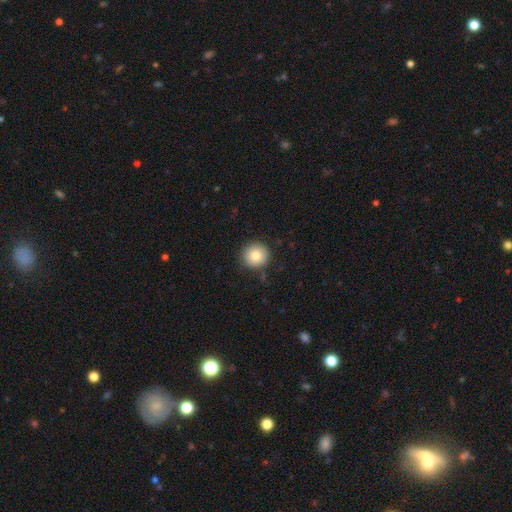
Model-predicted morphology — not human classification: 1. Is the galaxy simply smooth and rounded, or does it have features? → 83% smooth, 9% star or artifact, 9% featured or disk.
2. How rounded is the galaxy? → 93% round, 6% in between, 1% cigar-shaped.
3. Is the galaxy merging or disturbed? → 87% none, 9% minor disturbance, 2% major disturbance, 1% merger.